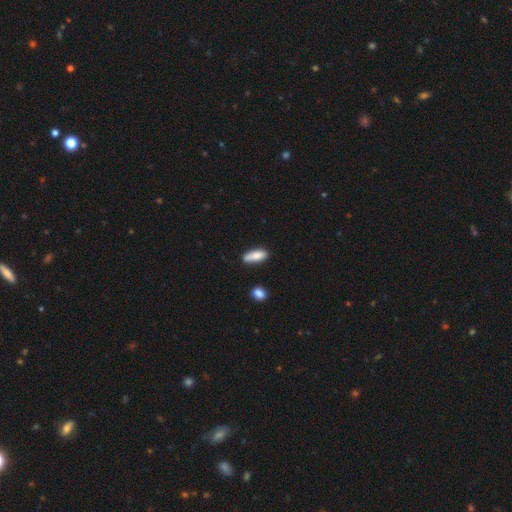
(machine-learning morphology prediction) Overall: smooth (84%). How rounded: in between (64%; cigar-shaped 33%). Merging: none (72%).